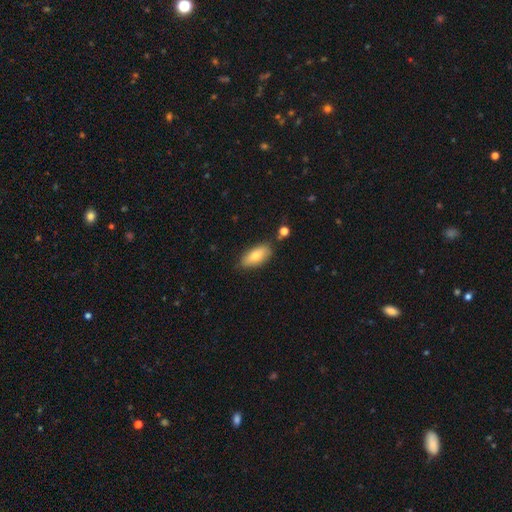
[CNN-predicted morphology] Smooth or featured? smooth (75%)
How rounded? in between (85%)
Merging? none (78%)